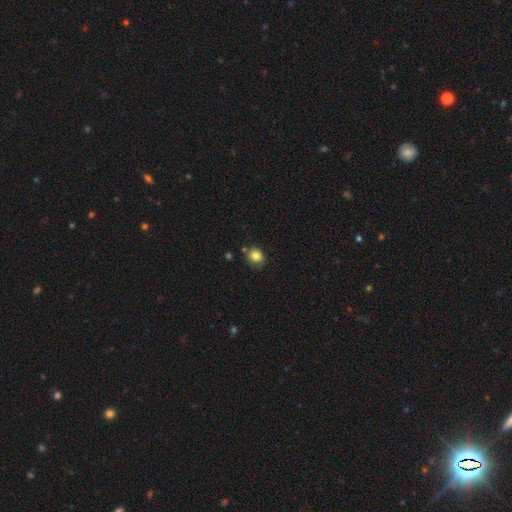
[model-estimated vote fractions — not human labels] Smooth or featured? smooth (83%)
How rounded? round (81%)
Merging? none (75%)